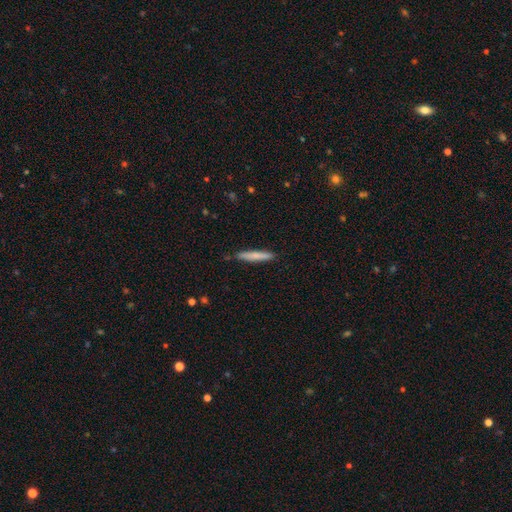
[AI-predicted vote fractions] smooth-or-featured: smooth: 75% | featured or disk: 20% | star or artifact: 6%
  how-rounded: cigar-shaped: 94% | in between: 5% | round: 1%
  merging: none: 89% | minor disturbance: 8% | major disturbance: 2% | merger: 1%